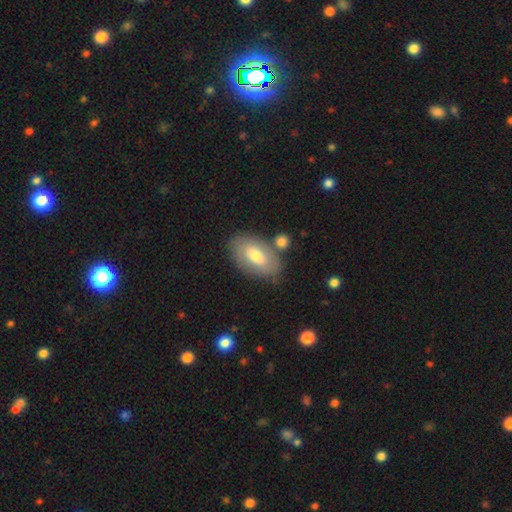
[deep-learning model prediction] Q: Smooth or featured?
A: smooth (59%); runner-up: featured or disk (34%)
Q: How rounded?
A: in between (92%); runner-up: round (6%)
Q: Merging?
A: none (73%); runner-up: minor disturbance (15%)